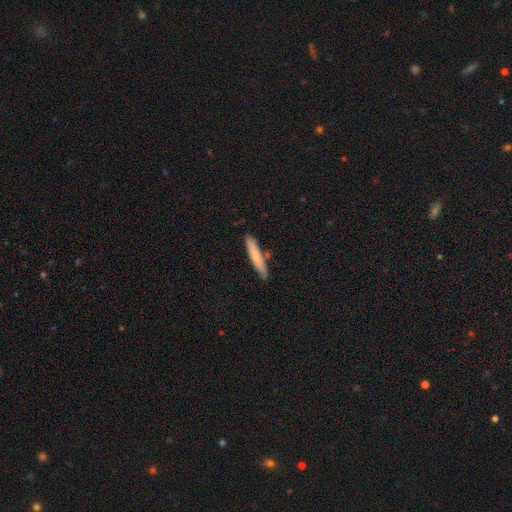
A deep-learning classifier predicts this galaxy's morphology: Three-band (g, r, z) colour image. It shows a smooth galaxy with no disk features (74%) that is cigar-shaped (92%). Merging: none (81%).